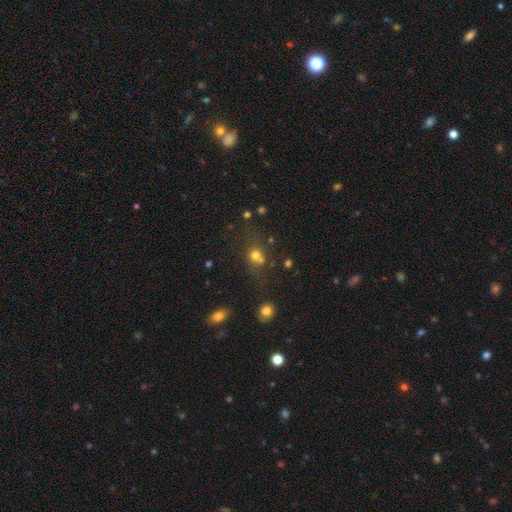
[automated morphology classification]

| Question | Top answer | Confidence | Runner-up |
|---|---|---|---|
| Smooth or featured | smooth | 70% | star or artifact (18%) |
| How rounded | round | 76% | in between (22%) |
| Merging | none | 50% | merger (30%) |